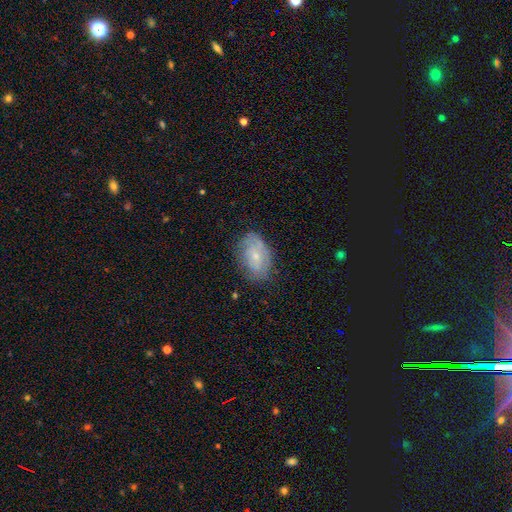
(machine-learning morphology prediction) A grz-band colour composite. It shows a featured or disk galaxy (47%). Merging: none (66%).